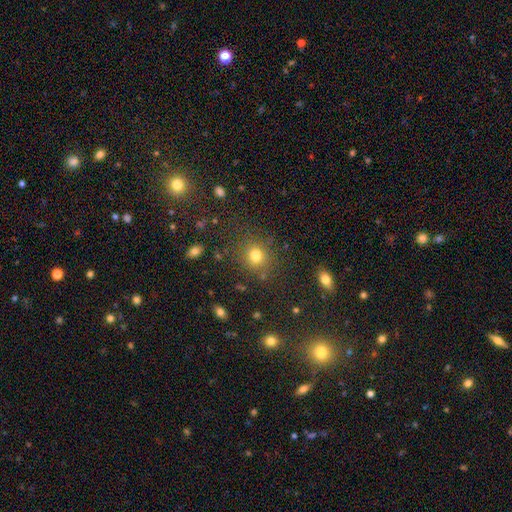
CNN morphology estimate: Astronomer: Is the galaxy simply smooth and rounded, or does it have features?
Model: smooth — 77%.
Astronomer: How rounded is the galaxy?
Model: round — 82%.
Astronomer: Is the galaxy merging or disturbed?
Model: none — 81%.